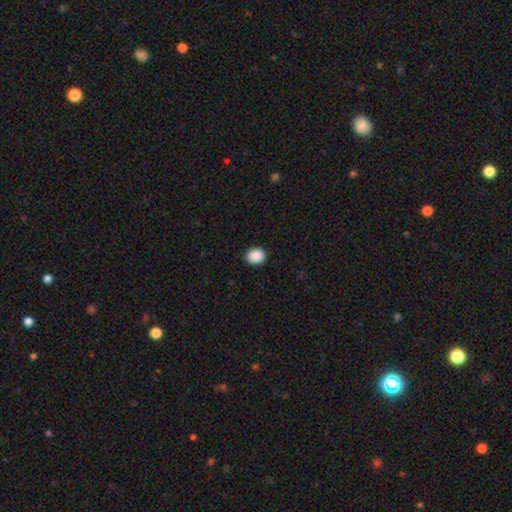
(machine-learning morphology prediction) smooth_or_featured: smooth (p=0.90) [alt: star or artifact p=0.08]
how_rounded: round (p=0.51) [alt: in between p=0.48]
merging: none (p=0.91) [alt: minor disturbance p=0.06]